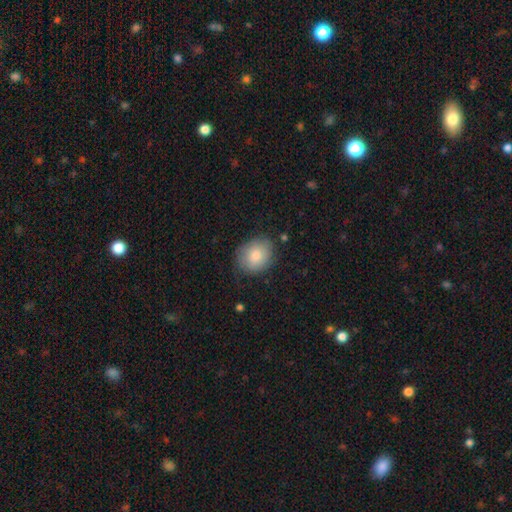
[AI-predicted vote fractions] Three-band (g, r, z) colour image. It shows a smooth galaxy with no disk features (81%) that is round (56%). Merging: none (73%).